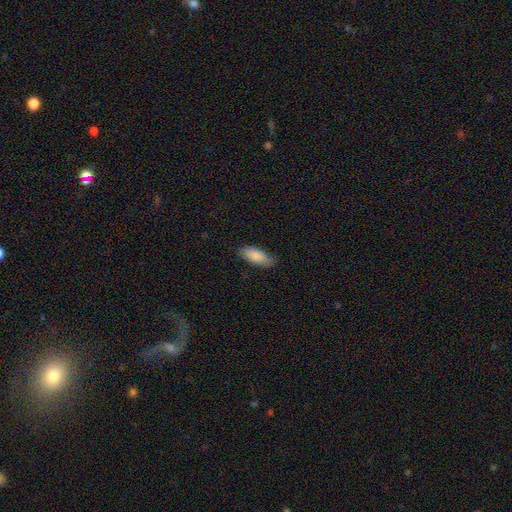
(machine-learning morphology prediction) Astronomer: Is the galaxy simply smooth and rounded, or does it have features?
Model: smooth — 88%.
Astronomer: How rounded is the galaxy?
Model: in between — 83%.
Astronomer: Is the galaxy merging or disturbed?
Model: none — 80%.